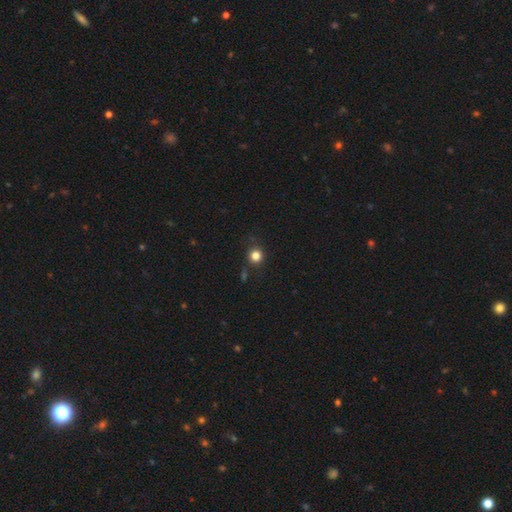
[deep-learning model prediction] smooth_or_featured: smooth (p=0.82) [alt: star or artifact p=0.13]
how_rounded: round (p=0.92) [alt: in between p=0.07]
merging: none (p=0.83) [alt: minor disturbance p=0.10]